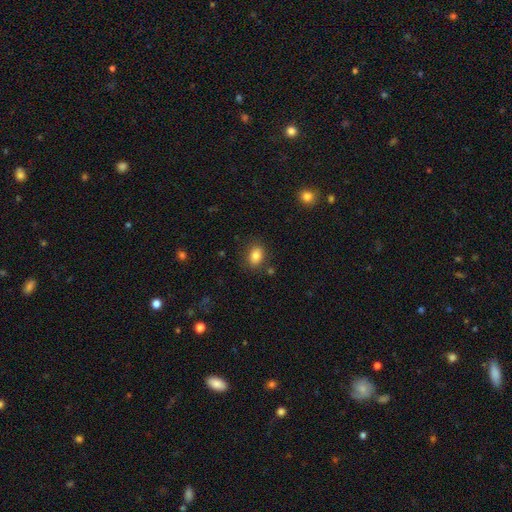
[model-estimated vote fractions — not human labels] smooth-or-featured: smooth: 83% | star or artifact: 10% | featured or disk: 8%
  how-rounded: in between: 76% | round: 23% | cigar-shaped: 1%
  merging: none: 83% | minor disturbance: 11% | major disturbance: 3% | merger: 3%